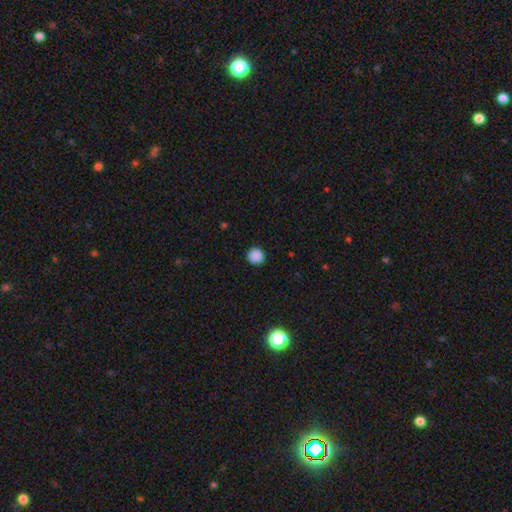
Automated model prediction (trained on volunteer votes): The model was most divided on "smooth or featured": smooth: 88%, star or artifact: 10%, featured or disk: 2%. More confident: how rounded — round (94%); merging — none (92%).